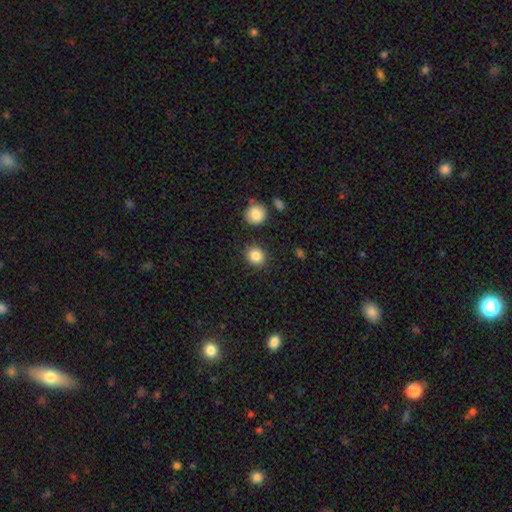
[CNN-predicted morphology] A smooth galaxy with no disk features (85%) that is round (80%). Merging: none (88%).